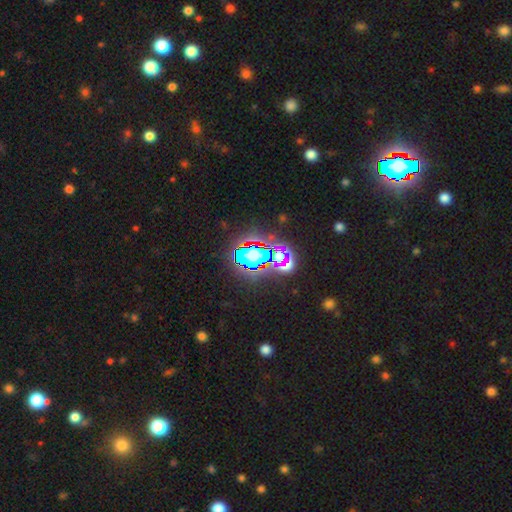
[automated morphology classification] A star or artifact, not a galaxy (78%).

Vote fractions:
- Smooth or featured? star or artifact: 78% / smooth: 13% / featured or disk: 9%